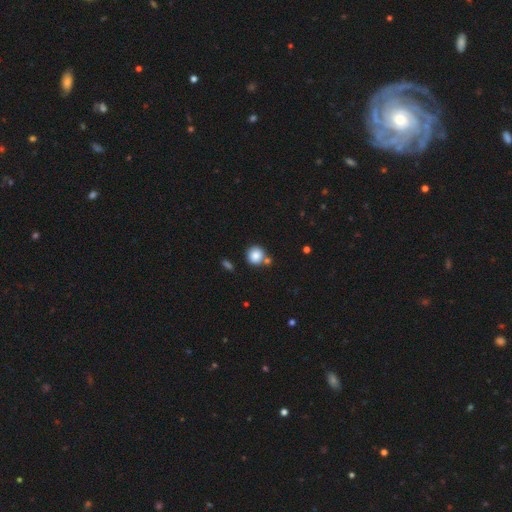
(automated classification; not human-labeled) The model was most divided on "merging": none: 68%, merger: 18%, minor disturbance: 11%, major disturbance: 3%. More confident: how rounded — round (90%); smooth or featured — smooth (85%).